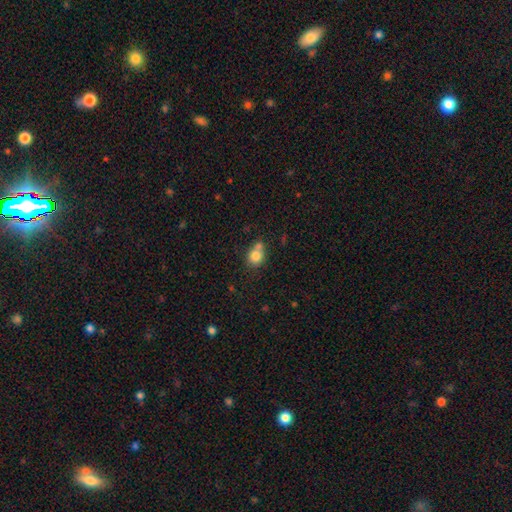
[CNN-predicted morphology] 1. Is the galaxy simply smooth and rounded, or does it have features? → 80% smooth, 10% star or artifact, 10% featured or disk.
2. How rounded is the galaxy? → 73% round, 26% in between, 1% cigar-shaped.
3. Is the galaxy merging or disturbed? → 46% none, 35% merger, 14% minor disturbance, 5% major disturbance.